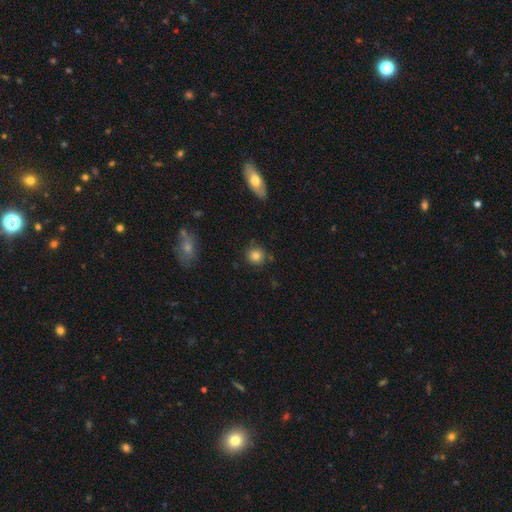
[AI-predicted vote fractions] A smooth galaxy with no disk features (82%) that is round (90%). Merging: none (84%).